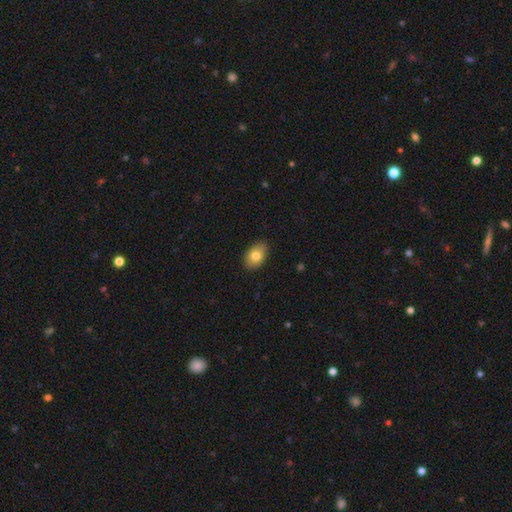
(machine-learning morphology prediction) Smooth or featured: smooth — 79% (featured or disk — 13%)
How rounded: in between — 83% (round — 16%)
Merging: none — 84% (minor disturbance — 12%)